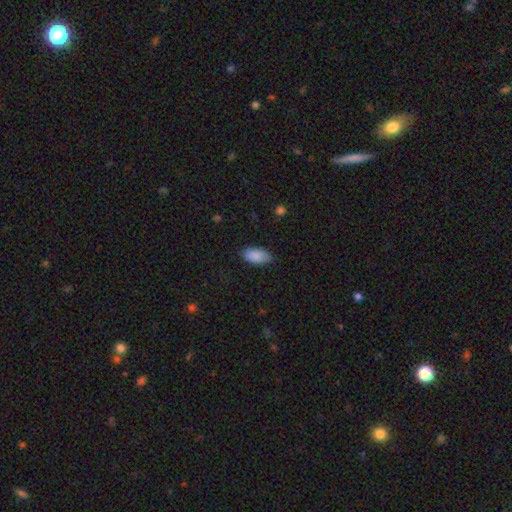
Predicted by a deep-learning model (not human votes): A smooth galaxy with no disk features (88%) that is in between round and cigar-shaped (93%). Merging: none (78%).